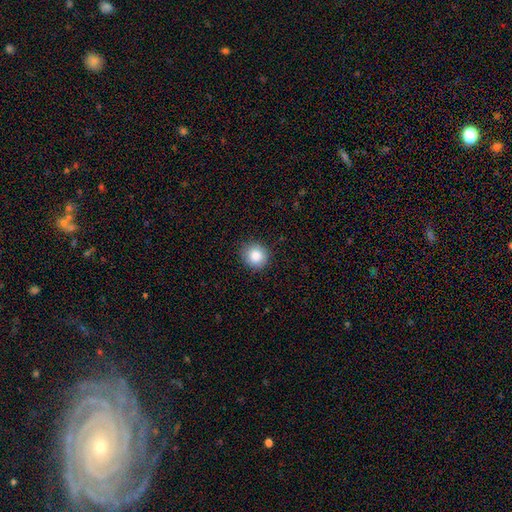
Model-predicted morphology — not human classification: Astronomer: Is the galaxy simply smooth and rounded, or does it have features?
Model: smooth — 86%.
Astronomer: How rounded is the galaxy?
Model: round — 88%.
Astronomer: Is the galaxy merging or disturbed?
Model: none — 87%.